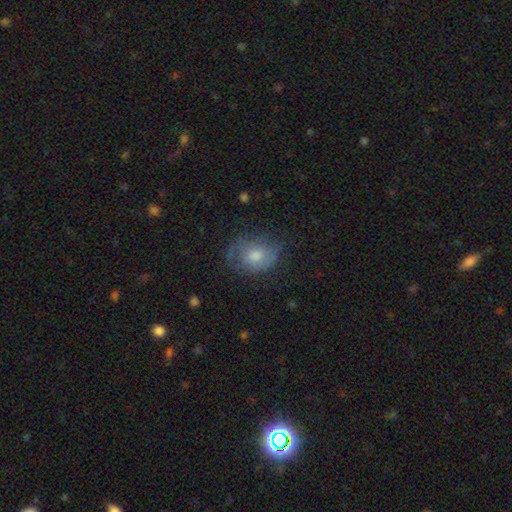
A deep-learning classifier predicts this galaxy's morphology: smooth_or_featured: featured or disk (p=0.48) [alt: smooth p=0.41]
merging: none (p=0.65) [alt: minor disturbance p=0.23]